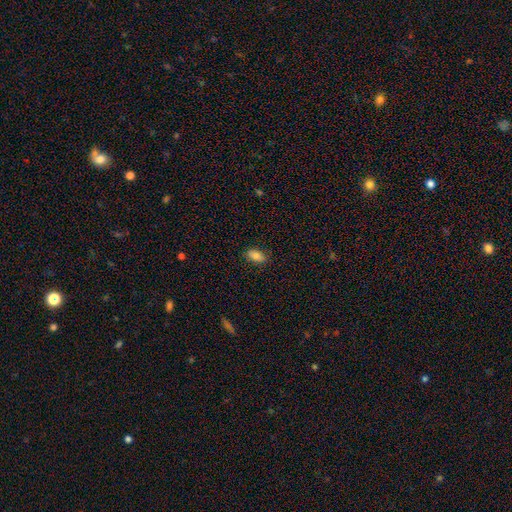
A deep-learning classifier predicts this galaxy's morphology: A smooth galaxy with no disk features (84%) that is in between round and cigar-shaped (91%). Merging: none (85%).